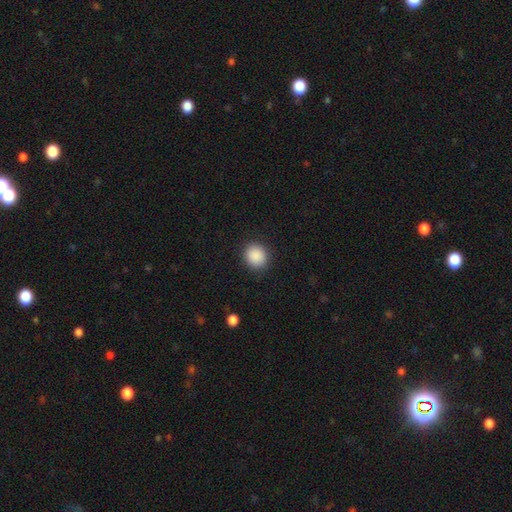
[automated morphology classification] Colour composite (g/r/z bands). It shows a smooth galaxy with no disk features (89%) that is round (85%). Merging: none (91%).